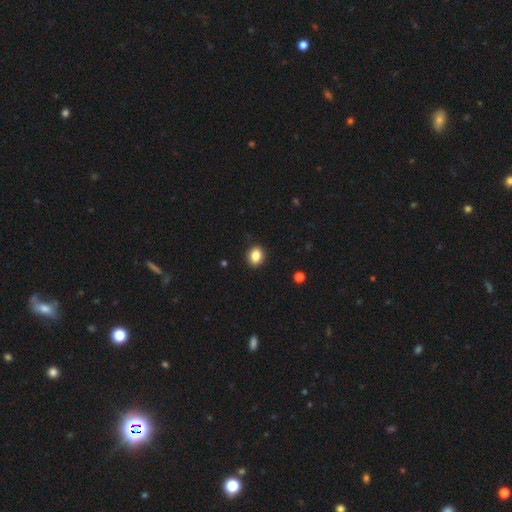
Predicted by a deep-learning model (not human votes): Smooth or featured? smooth (85%)
How rounded? round (57%)
Merging? none (91%)